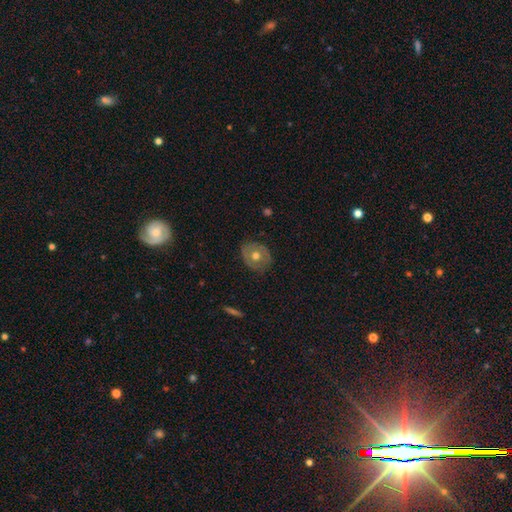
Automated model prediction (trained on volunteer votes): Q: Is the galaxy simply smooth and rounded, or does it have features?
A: featured or disk — 48%.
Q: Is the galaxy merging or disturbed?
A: none — 81%.